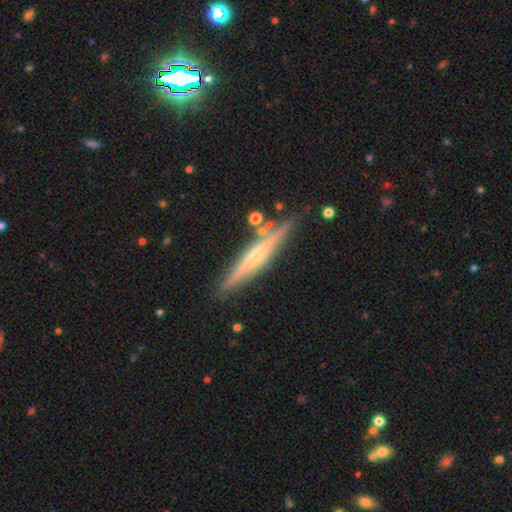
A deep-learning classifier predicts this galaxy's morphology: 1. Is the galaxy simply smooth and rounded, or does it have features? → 73% featured or disk, 20% smooth, 7% star or artifact.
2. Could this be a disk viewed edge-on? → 97% yes, 3% no.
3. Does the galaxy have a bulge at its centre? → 62% rounded, 32% none, 6% boxy.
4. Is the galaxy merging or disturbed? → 86% none, 9% minor disturbance, 3% merger, 2% major disturbance.